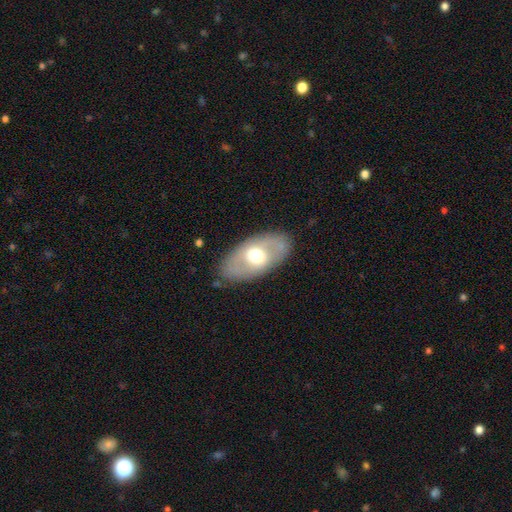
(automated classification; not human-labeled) The model was most divided on "smooth or featured": featured or disk: 50%, smooth: 44%, star or artifact: 6%. More confident: edge-on disk — no (84%); merging — none (84%).